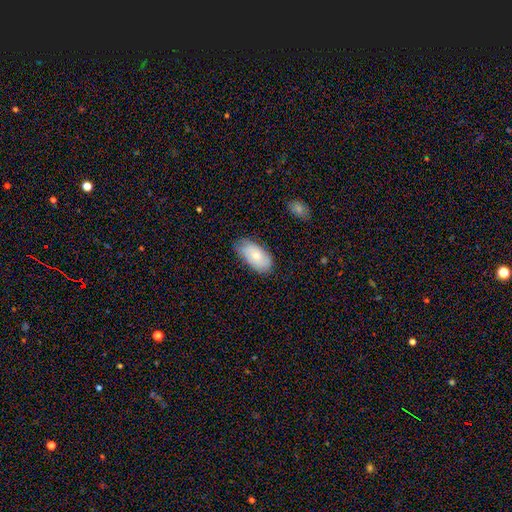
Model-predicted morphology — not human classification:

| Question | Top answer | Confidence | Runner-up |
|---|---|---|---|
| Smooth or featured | smooth | 70% | featured or disk (24%) |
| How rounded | in between | 94% | round (3%) |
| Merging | none | 66% | minor disturbance (27%) |